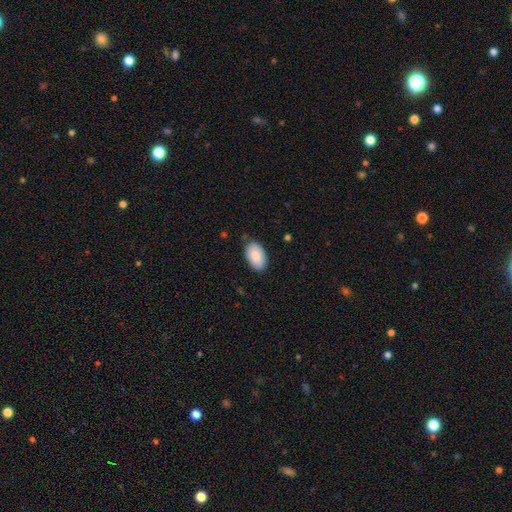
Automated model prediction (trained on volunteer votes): The model was most divided on "merging": none: 84%, minor disturbance: 12%, major disturbance: 2%, merger: 1%. More confident: how rounded — in between (95%); smooth or featured — smooth (86%).